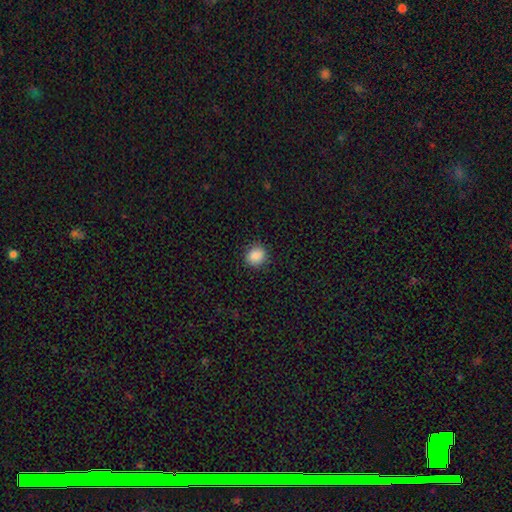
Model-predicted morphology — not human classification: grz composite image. It shows a smooth galaxy with no disk features (88%) that is round (73%). Merging: none (88%).